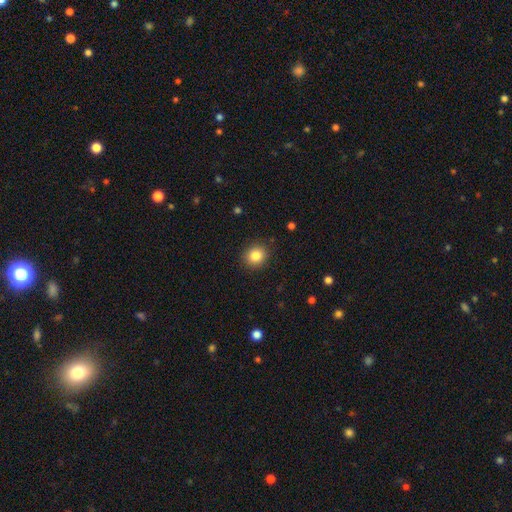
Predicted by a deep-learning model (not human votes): Smooth or featured? Predicted: smooth (p=0.84). How rounded? Predicted: round (p=0.78). Merging? Predicted: none (p=0.89).